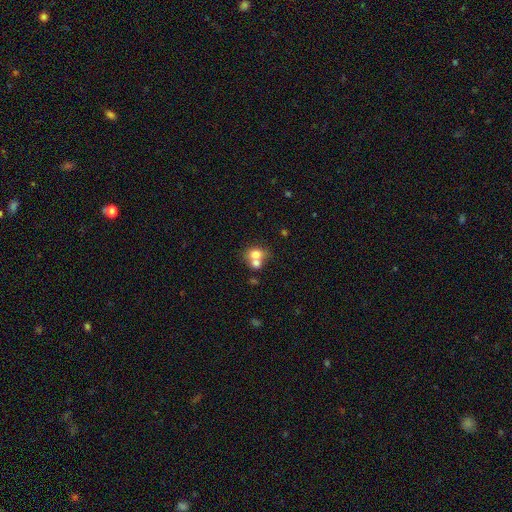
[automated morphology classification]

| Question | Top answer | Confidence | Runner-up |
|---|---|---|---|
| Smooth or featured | smooth | 71% | featured or disk (18%) |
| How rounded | round | 61% | in between (38%) |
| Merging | merger | 59% | none (30%) |